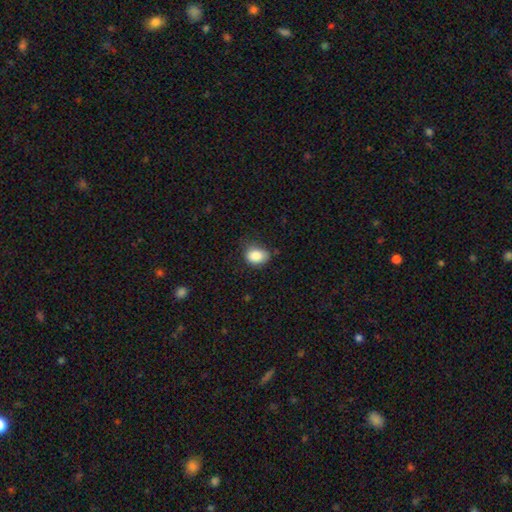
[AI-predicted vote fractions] Smooth or featured?
  - smooth: 86% *
  - star or artifact: 9%
  - featured or disk: 6%
How rounded?
  - in between: 63% *
  - round: 36%
  - cigar-shaped: 1%
Merging?
  - none: 63% *
  - minor disturbance: 28%
  - major disturbance: 6%
  - merger: 2%